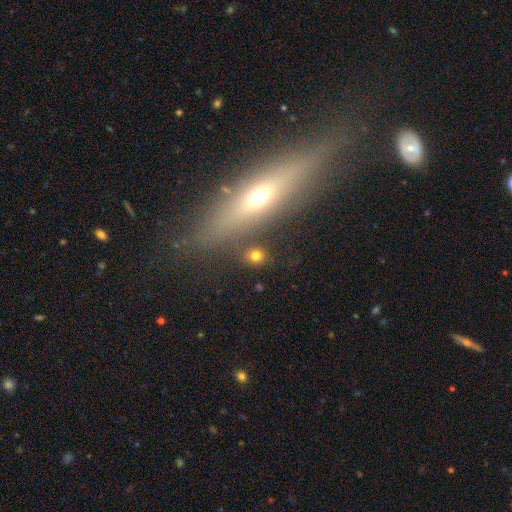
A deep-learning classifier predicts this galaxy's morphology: smooth_or_featured: smooth (p=0.76) [alt: star or artifact p=0.14]
how_rounded: round (p=0.64) [alt: in between p=0.32]
merging: none (p=0.81) [alt: minor disturbance p=0.09]